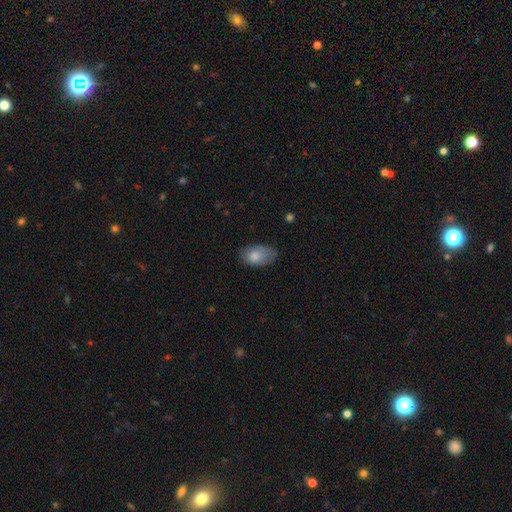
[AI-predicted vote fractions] This appears to be a smooth galaxy with no disk features (80%) that is in between round and cigar-shaped (92%). Merging: none (61%).